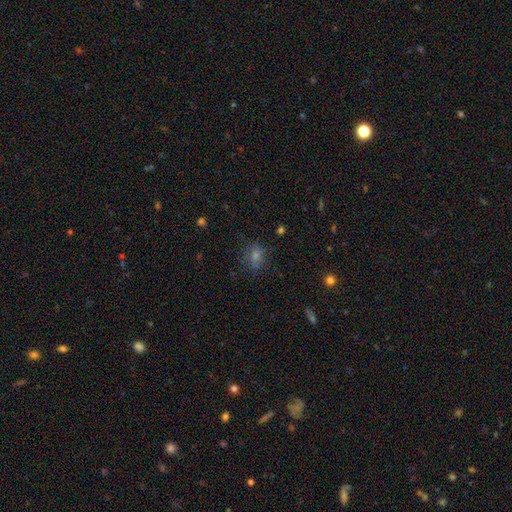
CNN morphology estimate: Smooth or featured? smooth (51%)
How rounded? round (61%)
Merging? none (72%)